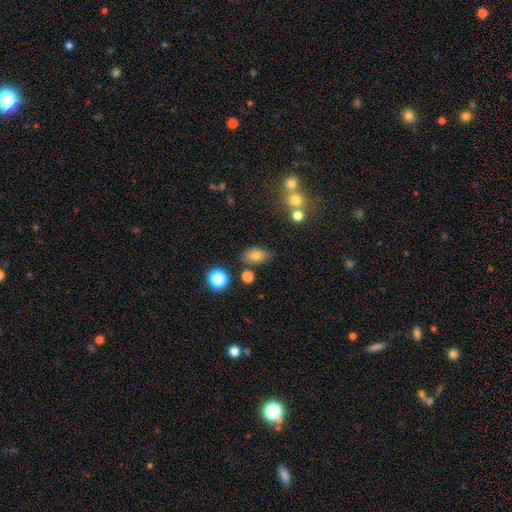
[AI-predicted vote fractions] smooth_or_featured: smooth (p=0.79) [alt: star or artifact p=0.12]
how_rounded: in between (p=0.86) [alt: round p=0.11]
merging: none (p=0.74) [alt: minor disturbance p=0.16]